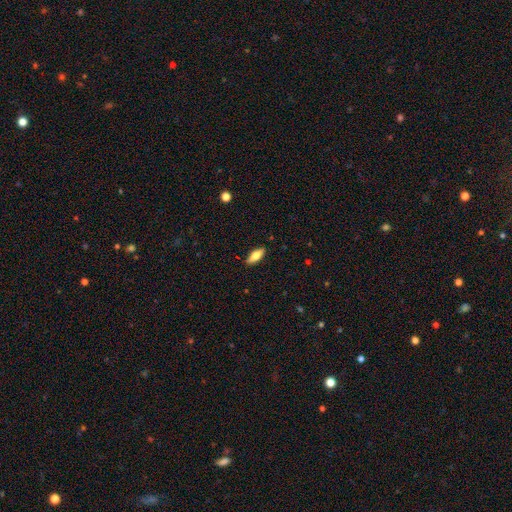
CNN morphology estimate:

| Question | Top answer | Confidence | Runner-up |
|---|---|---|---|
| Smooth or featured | smooth | 71% | featured or disk (22%) |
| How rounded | in between | 71% | cigar-shaped (27%) |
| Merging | none | 88% | minor disturbance (9%) |